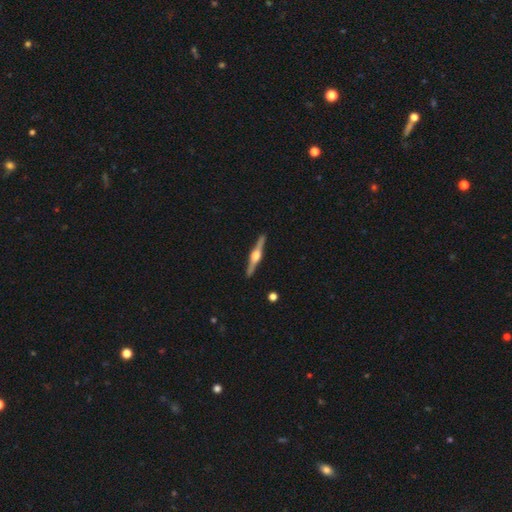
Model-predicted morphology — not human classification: Q: Smooth or featured?
A: featured or disk (83%); runner-up: smooth (13%)
Q: Edge-on disk?
A: yes (98%); runner-up: no (2%)
Q: Edge-on bulge?
A: rounded (95%); runner-up: boxy (4%)
Q: Merging?
A: none (92%); runner-up: minor disturbance (5%)